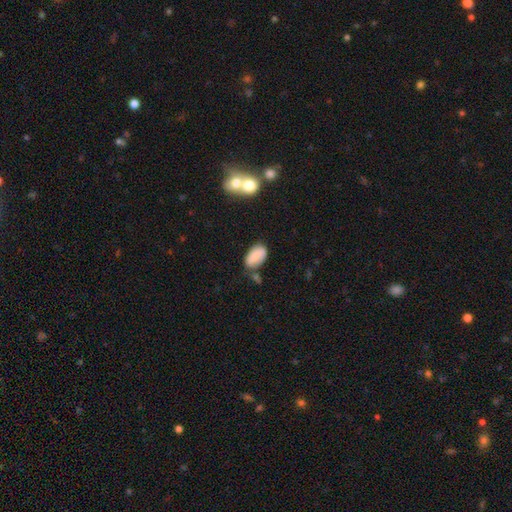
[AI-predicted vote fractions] Smooth or featured? smooth (70%)
How rounded? in between (92%)
Merging? none (58%)